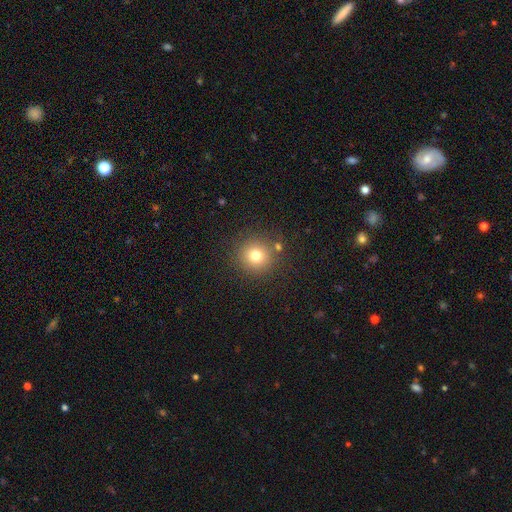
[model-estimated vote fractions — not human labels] The model was most divided on "smooth or featured": smooth: 76%, star or artifact: 15%, featured or disk: 9%. More confident: how rounded — round (93%); merging — none (84%).